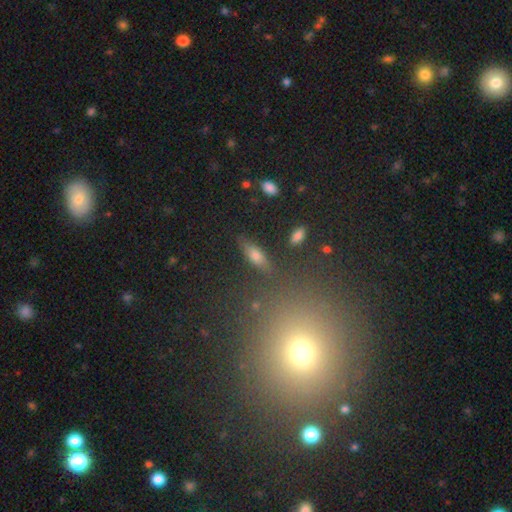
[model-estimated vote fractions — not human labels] Q: Smooth or featured?
A: smooth (52%); runner-up: featured or disk (33%)
Q: How rounded?
A: in between (57%); runner-up: cigar-shaped (35%)
Q: Merging?
A: none (85%); runner-up: minor disturbance (9%)